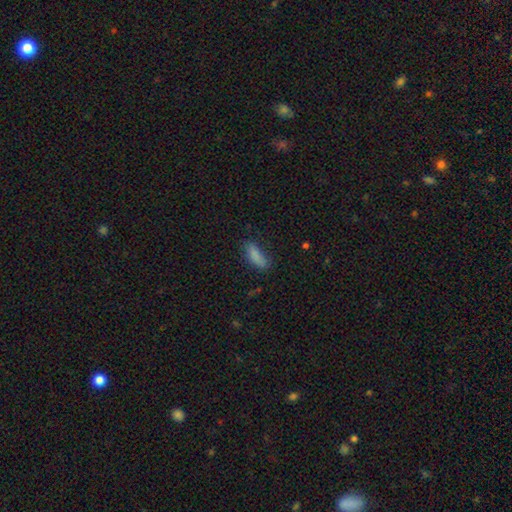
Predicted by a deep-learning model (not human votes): The model was most divided on "how rounded": in between: 64%, cigar-shaped: 34%, round: 2%. More confident: smooth or featured — smooth (85%); merging — none (67%).